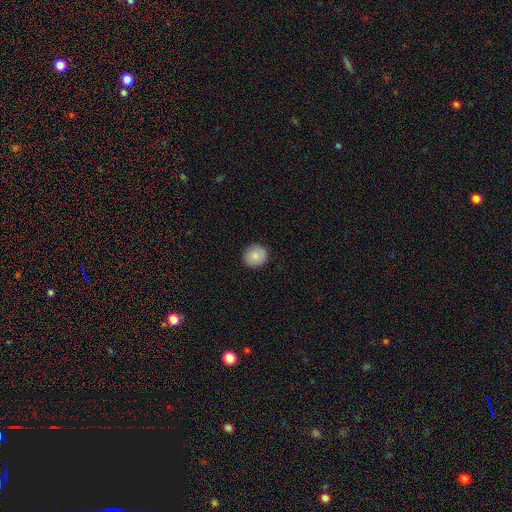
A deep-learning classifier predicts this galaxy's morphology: A smooth galaxy with no disk features (86%) that is round (88%). Merging: none (90%).